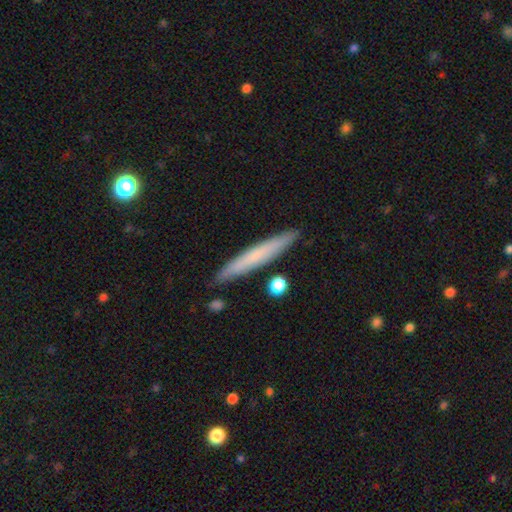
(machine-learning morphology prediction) Smooth or featured? Predicted: smooth (p=0.62). How rounded? Predicted: cigar-shaped (p=0.96). Merging? Predicted: none (p=0.89).